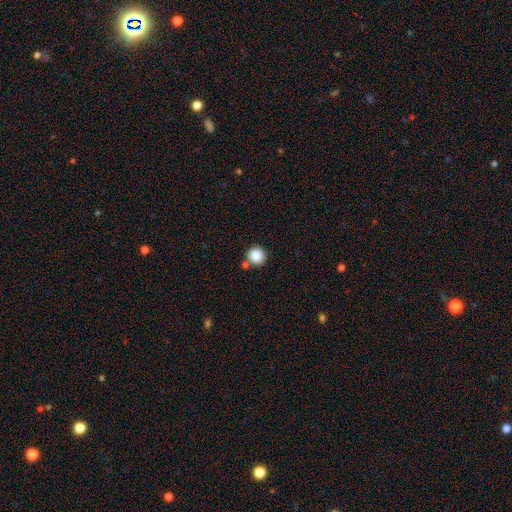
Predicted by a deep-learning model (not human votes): This is clearly a smooth galaxy (86%). How rounded: clearly round (94%). Merging: likely none (76%).